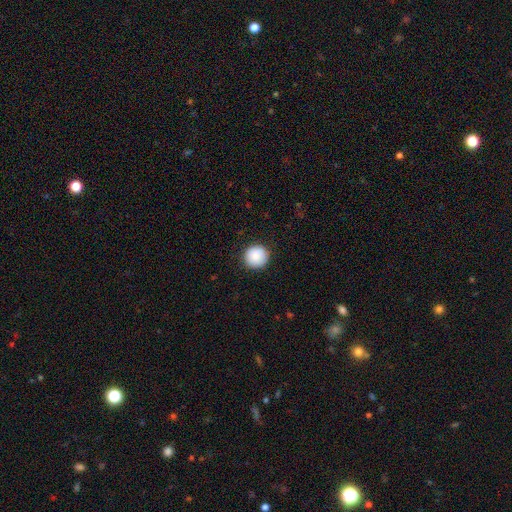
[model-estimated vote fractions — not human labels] smooth-or-featured: smooth: 89% | star or artifact: 8% | featured or disk: 4%
  how-rounded: round: 95% | in between: 4% | cigar-shaped: 1%
  merging: none: 90% | minor disturbance: 7% | major disturbance: 2% | merger: 1%